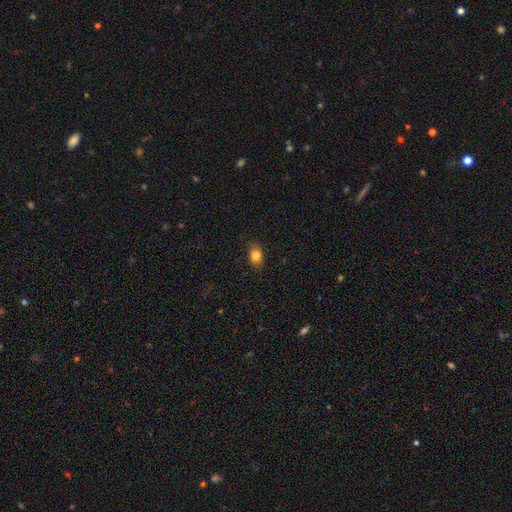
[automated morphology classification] smooth-or-featured: smooth: 84% | star or artifact: 10% | featured or disk: 6%
  how-rounded: in between: 74% | round: 25% | cigar-shaped: 2%
  merging: none: 83% | minor disturbance: 13% | major disturbance: 3% | merger: 1%